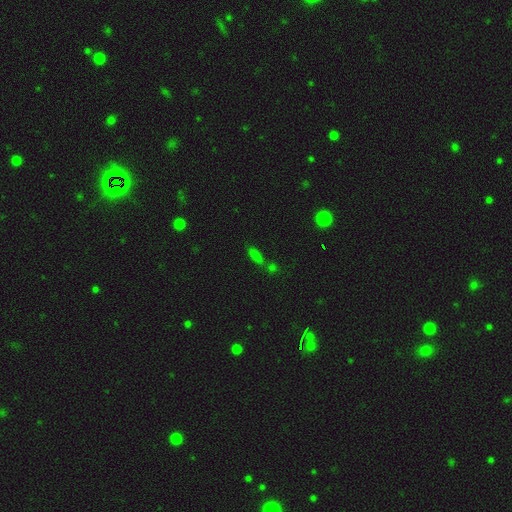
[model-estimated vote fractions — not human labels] Overall: smooth (68%). How rounded: cigar-shaped (49%; in between 45%). Merging: none (61%).